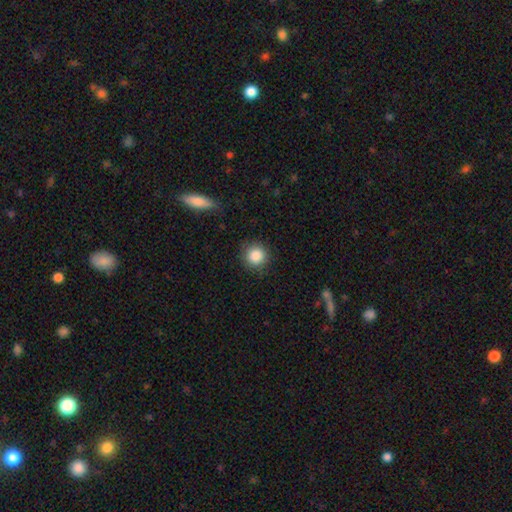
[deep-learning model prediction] A smooth galaxy with no disk features (86%) that is round (93%).

Vote fractions:
- Smooth or featured? smooth: 86% / star or artifact: 9% / featured or disk: 5%
- How rounded? round: 93% / in between: 6% / cigar-shaped: 1%
- Merging? none: 87% / minor disturbance: 9% / major disturbance: 3% / merger: 1%